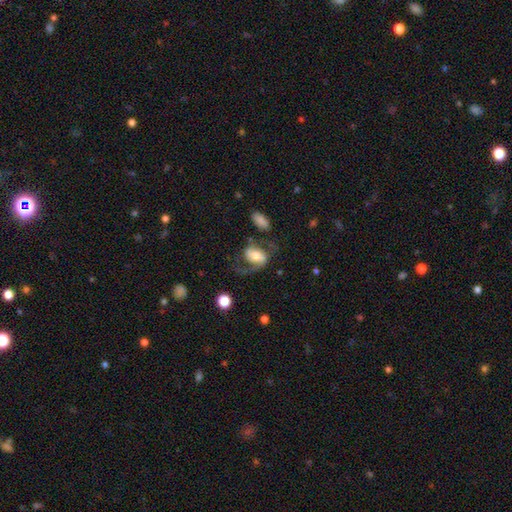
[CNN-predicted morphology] A featured or disk galaxy (65%) with no bar (39%), 2 (74%) loose (49%) spiral arms (87%) and a moderate central bulge (52%). Merging: none (43%).